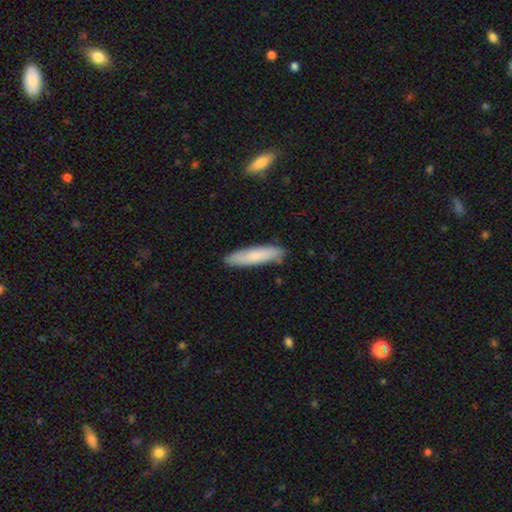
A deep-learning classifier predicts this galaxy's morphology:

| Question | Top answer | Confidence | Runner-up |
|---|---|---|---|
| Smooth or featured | smooth | 78% | featured or disk (16%) |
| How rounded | cigar-shaped | 80% | in between (18%) |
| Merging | none | 86% | minor disturbance (11%) |